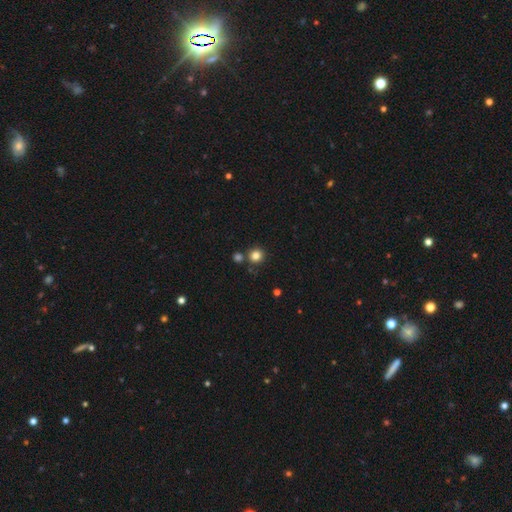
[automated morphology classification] This appears to be a smooth galaxy with no disk features (82%) that is round (93%). Merging: none (79%).